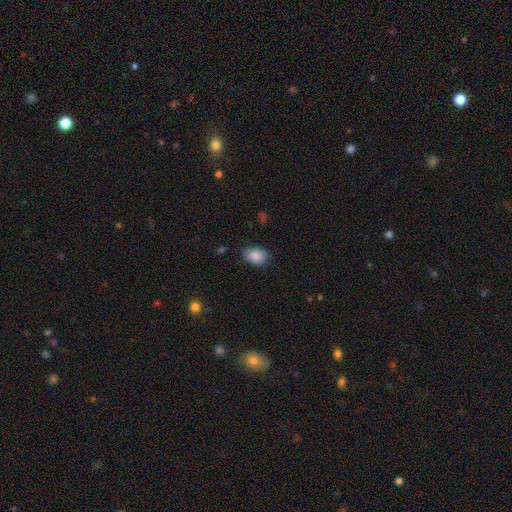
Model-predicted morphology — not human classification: Smooth or featured?
  - smooth: 87% *
  - star or artifact: 8%
  - featured or disk: 5%
How rounded?
  - in between: 75% *
  - round: 24%
  - cigar-shaped: 1%
Merging?
  - none: 79% *
  - minor disturbance: 16%
  - major disturbance: 3%
  - merger: 1%